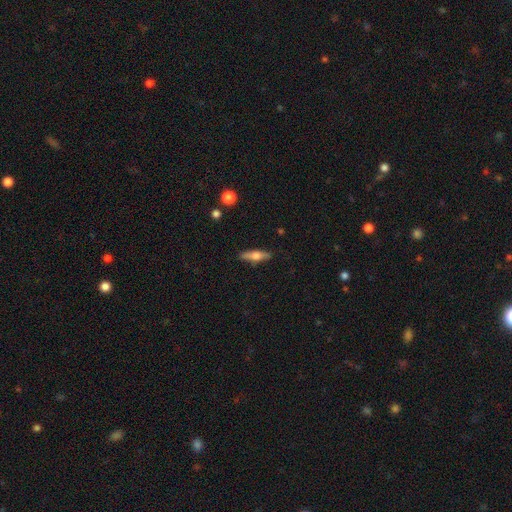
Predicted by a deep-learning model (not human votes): A smooth galaxy with no disk features (50%).

Vote fractions:
- Smooth or featured? smooth: 50% / featured or disk: 44% / star or artifact: 7%
- Merging? none: 86% / minor disturbance: 10% / major disturbance: 2% / merger: 1%